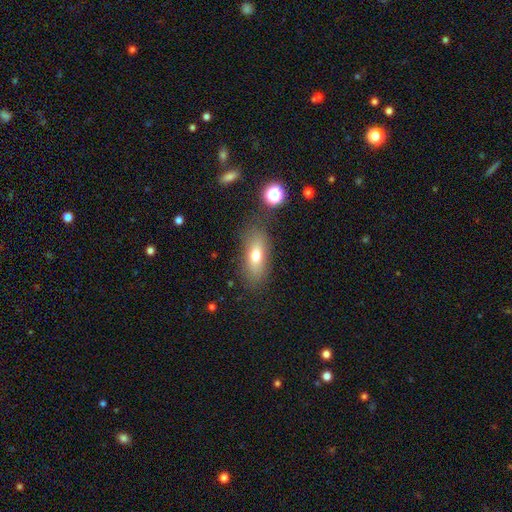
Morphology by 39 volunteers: Overall: smooth (74%). How rounded: in between (66%). Merging: none (78%).